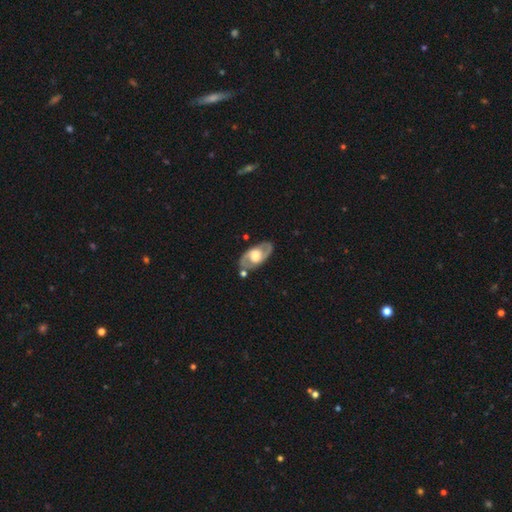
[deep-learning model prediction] smooth_or_featured: featured or disk (p=0.77) [alt: smooth p=0.19]
disk_edge_on: no (p=0.91) [alt: yes p=0.09]
bar: no (p=0.52) [alt: weak p=0.35]
has_spiral_arms: yes (p=0.81) [alt: no p=0.19]
spiral_winding: medium (p=0.52) [alt: tight p=0.30]
spiral_arm_count: 2 (p=0.87) [alt: can't tell p=0.07]
bulge_size: moderate (p=0.51) [alt: large p=0.36]
merging: none (p=0.78) [alt: minor disturbance p=0.13]